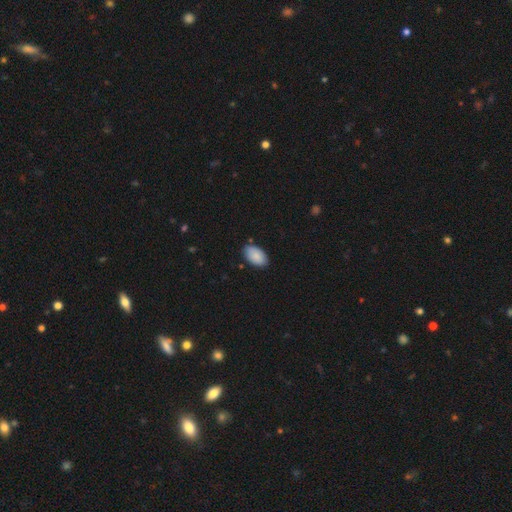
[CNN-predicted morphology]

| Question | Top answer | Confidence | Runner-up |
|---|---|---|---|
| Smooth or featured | smooth | 87% | featured or disk (7%) |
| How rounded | in between | 95% | round (4%) |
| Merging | none | 82% | minor disturbance (14%) |